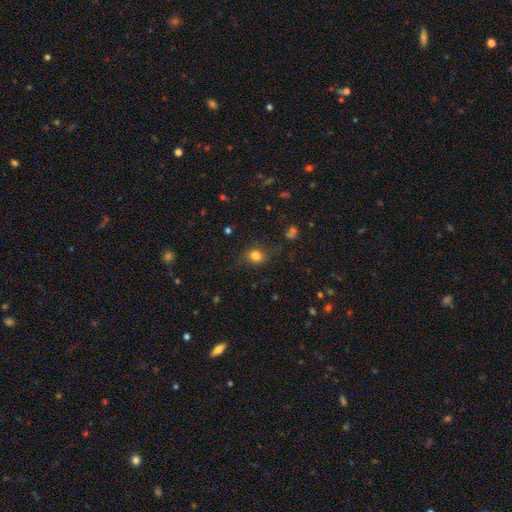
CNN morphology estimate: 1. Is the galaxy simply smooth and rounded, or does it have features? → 80% smooth, 13% star or artifact, 7% featured or disk.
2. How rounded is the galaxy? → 57% round, 41% in between, 1% cigar-shaped.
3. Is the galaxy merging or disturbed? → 77% none, 16% minor disturbance, 6% major disturbance, 2% merger.